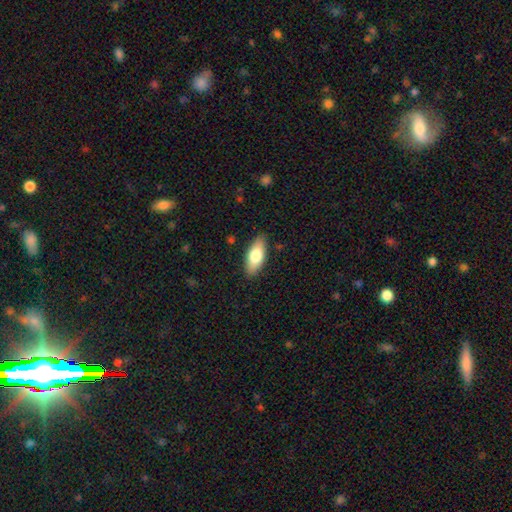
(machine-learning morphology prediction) Smooth or featured: smooth — 75% (featured or disk — 19%)
How rounded: in between — 80% (cigar-shaped — 18%)
Merging: none — 87% (minor disturbance — 10%)